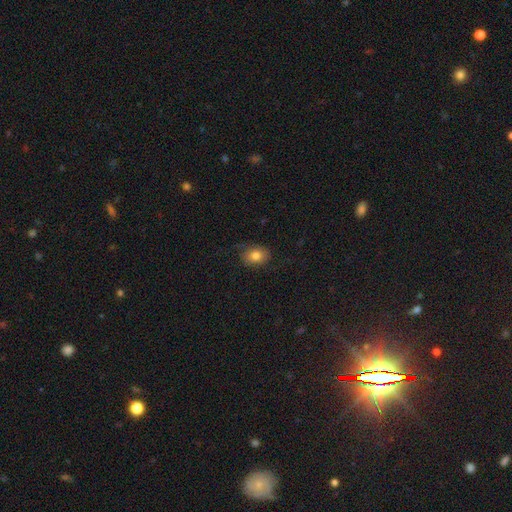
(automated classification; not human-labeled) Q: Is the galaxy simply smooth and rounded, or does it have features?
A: smooth — 80%.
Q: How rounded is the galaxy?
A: in between — 61%.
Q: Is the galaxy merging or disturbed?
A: none — 74%.